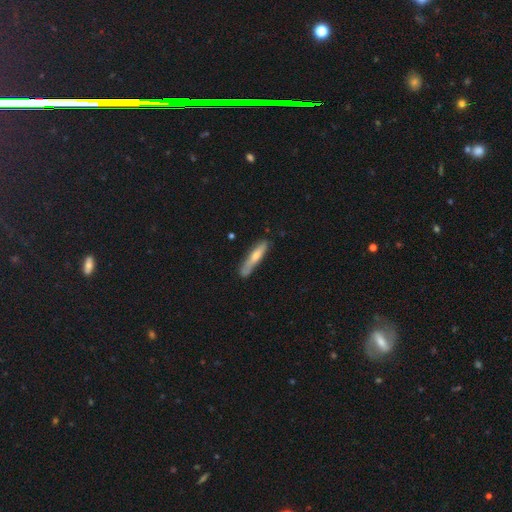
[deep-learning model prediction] smooth-or-featured: smooth: 63% | featured or disk: 31% | star or artifact: 6%
  how-rounded: cigar-shaped: 88% | in between: 11% | round: 1%
  merging: none: 69% | minor disturbance: 22% | major disturbance: 5% | merger: 4%